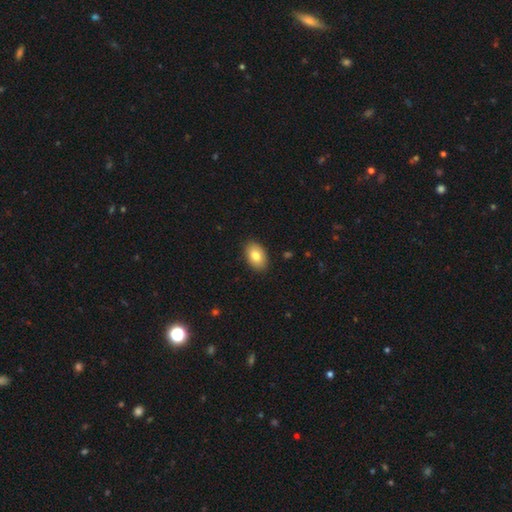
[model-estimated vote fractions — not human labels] A smooth galaxy with no disk features (81%) that is in between round and cigar-shaped (90%).

Vote fractions:
- Smooth or featured? smooth: 81% / featured or disk: 12% / star or artifact: 7%
- How rounded? in between: 90% / round: 9% / cigar-shaped: 1%
- Merging? none: 89% / minor disturbance: 8% / major disturbance: 2% / merger: 1%